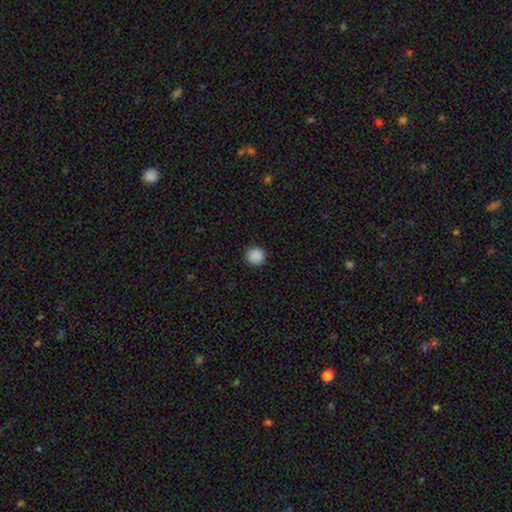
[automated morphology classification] Overall: smooth (89%). How rounded: round (94%). Merging: none (92%).